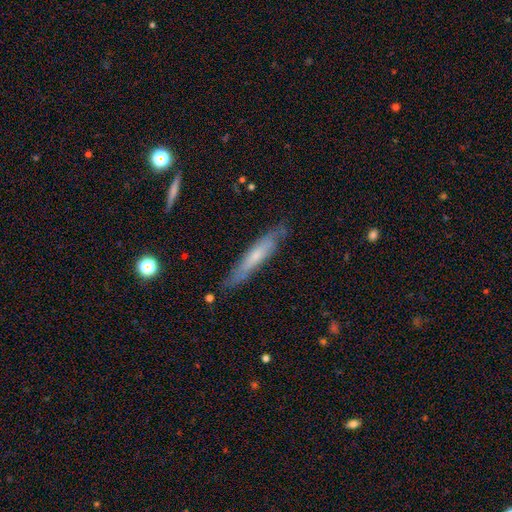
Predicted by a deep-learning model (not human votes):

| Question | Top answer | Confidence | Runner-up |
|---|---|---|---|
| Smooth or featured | smooth | 48% | featured or disk (46%) |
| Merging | none | 79% | minor disturbance (17%) |